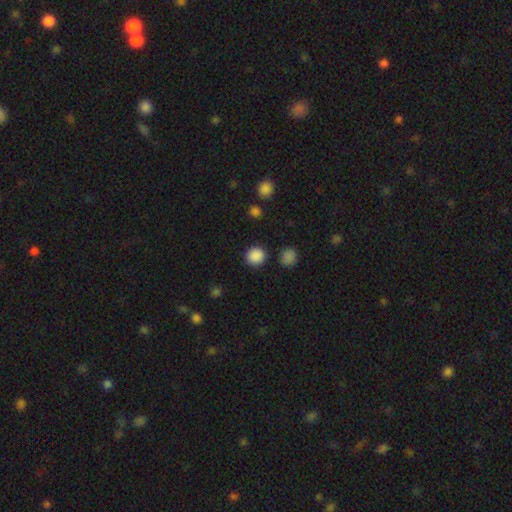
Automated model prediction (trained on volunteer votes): Smooth or featured?
  - smooth: 87% *
  - star or artifact: 10%
  - featured or disk: 3%
How rounded?
  - round: 91% *
  - in between: 8%
  - cigar-shaped: 1%
Merging?
  - none: 89% *
  - minor disturbance: 6%
  - major disturbance: 3%
  - merger: 2%